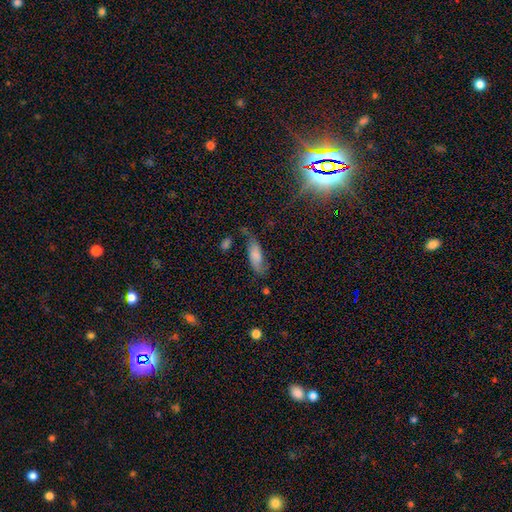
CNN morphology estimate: Smooth or featured?
  - smooth: 65% *
  - featured or disk: 27%
  - star or artifact: 8%
How rounded?
  - in between: 72% *
  - cigar-shaped: 26%
  - round: 2%
Merging?
  - none: 50% *
  - minor disturbance: 31%
  - major disturbance: 14%
  - merger: 5%